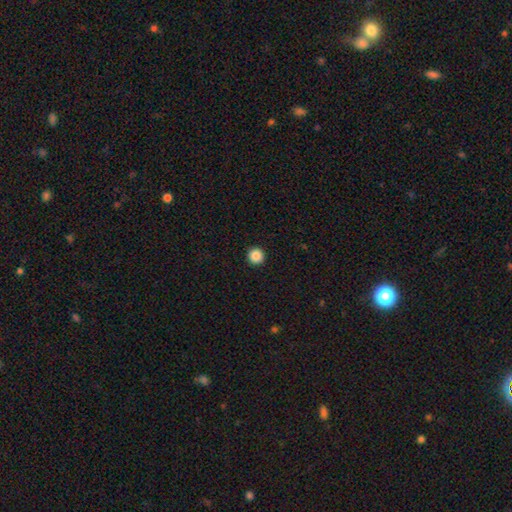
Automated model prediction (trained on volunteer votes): Q: Smooth or featured?
A: smooth (87%); runner-up: star or artifact (10%)
Q: How rounded?
A: round (96%); runner-up: in between (3%)
Q: Merging?
A: none (94%); runner-up: minor disturbance (4%)